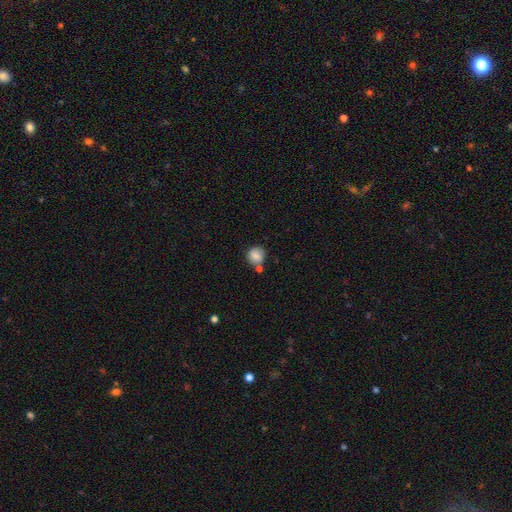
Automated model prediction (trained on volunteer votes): Smooth or featured: smooth — 83% (star or artifact — 9%)
How rounded: round — 87% (in between — 12%)
Merging: none — 66% (merger — 17%)